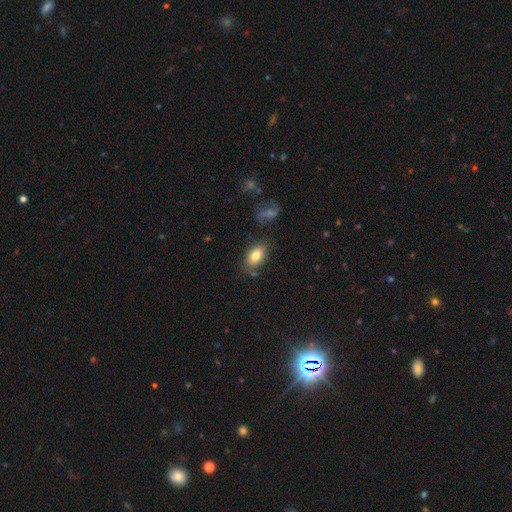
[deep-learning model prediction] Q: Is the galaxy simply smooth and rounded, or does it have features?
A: smooth — 79%.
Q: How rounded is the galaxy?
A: in between — 90%.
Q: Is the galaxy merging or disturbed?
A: none — 76%.